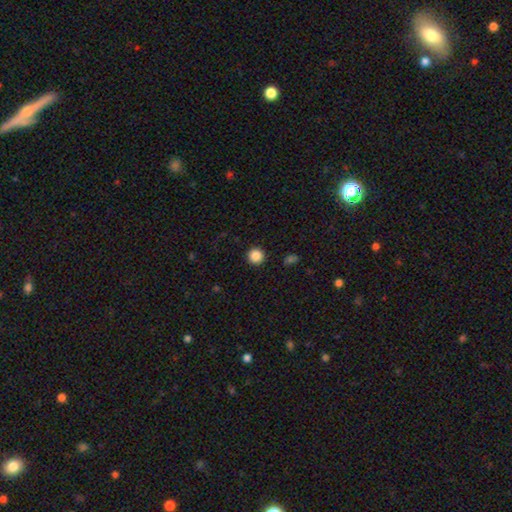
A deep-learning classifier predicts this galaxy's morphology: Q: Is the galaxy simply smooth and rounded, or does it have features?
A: smooth — 87%.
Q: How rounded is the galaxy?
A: round — 96%.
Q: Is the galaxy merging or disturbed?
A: none — 93%.